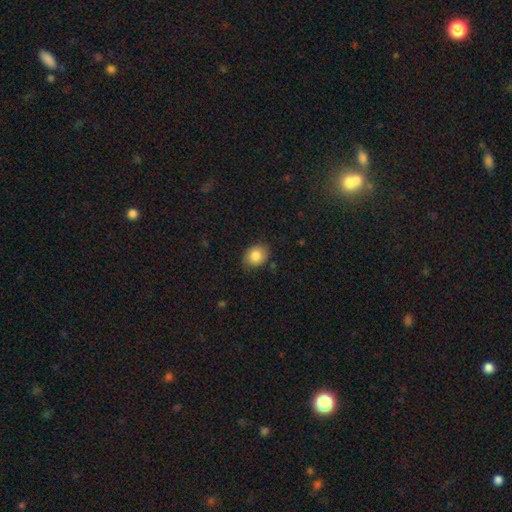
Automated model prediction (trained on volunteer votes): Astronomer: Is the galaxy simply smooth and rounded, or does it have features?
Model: smooth — 84%.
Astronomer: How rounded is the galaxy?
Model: in between — 65%.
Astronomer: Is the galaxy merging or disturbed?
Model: none — 83%.